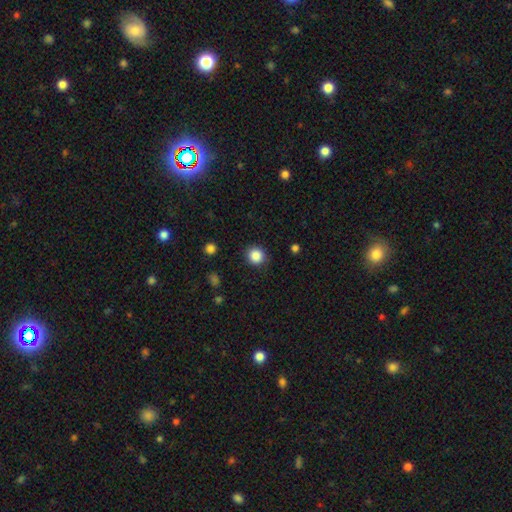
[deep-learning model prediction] smooth 86%, star or artifact 10%, featured or disk 3%. Down the decision tree: how rounded — round (91%); merging — none (89%).